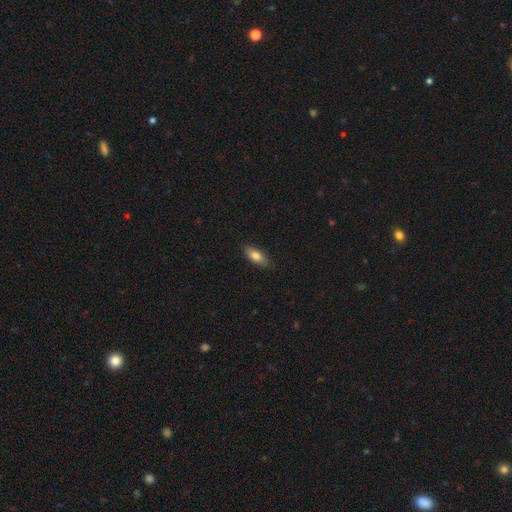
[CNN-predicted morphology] type=smooth (79%); roundness=in between (80%); merging=none (84%).